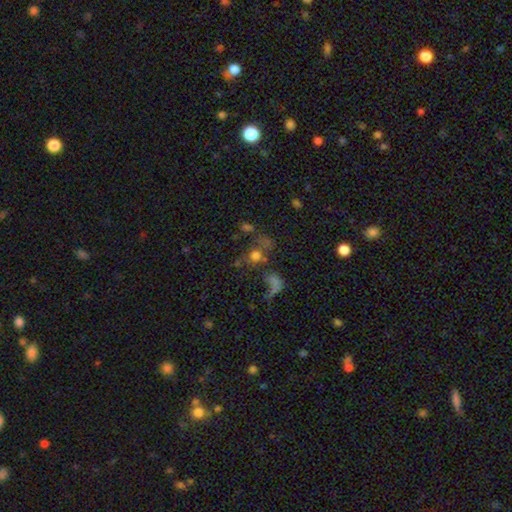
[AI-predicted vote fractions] smooth-or-featured: smooth: 60% | star or artifact: 22% | featured or disk: 19%
  how-rounded: round: 74% | in between: 23% | cigar-shaped: 3%
  merging: none: 39% | merger: 34% | major disturbance: 16% | minor disturbance: 11%